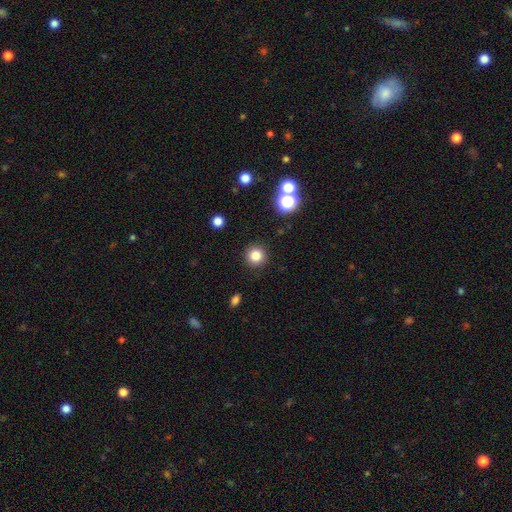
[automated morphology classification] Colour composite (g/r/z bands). It shows a smooth galaxy with no disk features (82%) that is round (95%). Merging: none (91%).